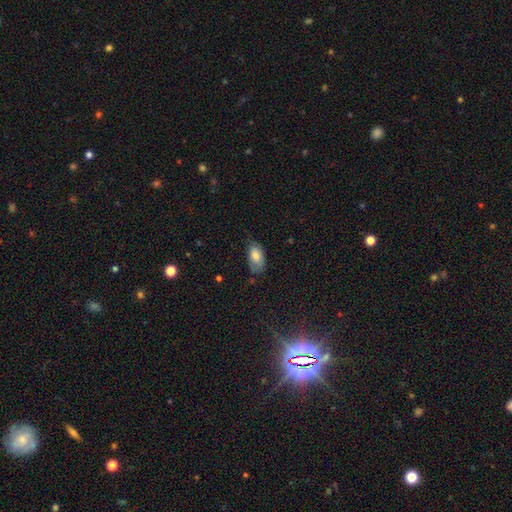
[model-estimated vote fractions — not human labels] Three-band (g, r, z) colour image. It shows a smooth galaxy with no disk features (74%) that is in between round and cigar-shaped (93%). Merging: none (50%).